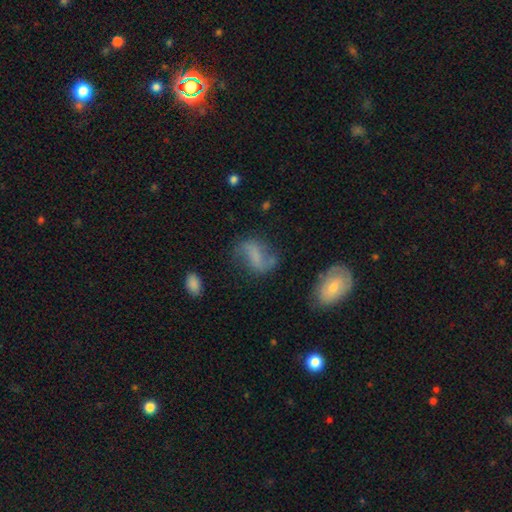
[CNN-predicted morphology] type=featured or disk (55%); edge-on=no (95%); bar=weak (36%); spiral arms=yes (82%); bulge=none (61%); merging=none (57%).